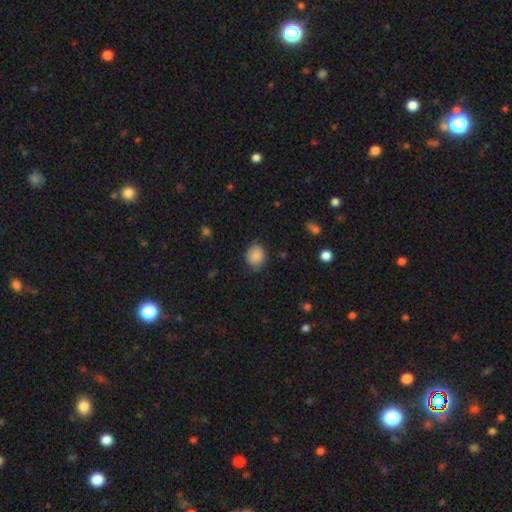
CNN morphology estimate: A smooth galaxy with no disk features (87%) that is round (59%). Merging: none (80%).